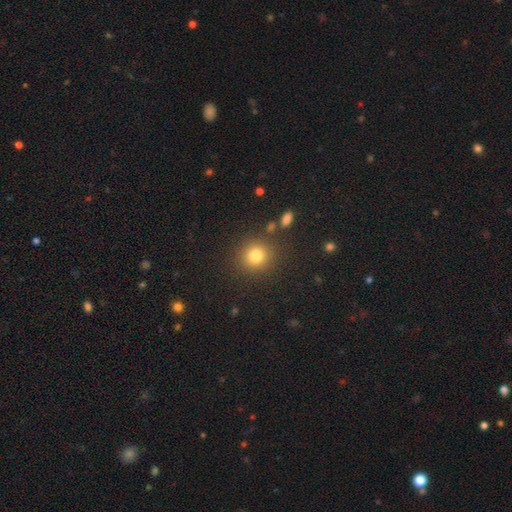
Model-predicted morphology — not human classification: smooth-or-featured: smooth: 80% | star or artifact: 13% | featured or disk: 7%
  how-rounded: round: 88% | in between: 11% | cigar-shaped: 1%
  merging: none: 84% | minor disturbance: 8% | merger: 4% | major disturbance: 4%